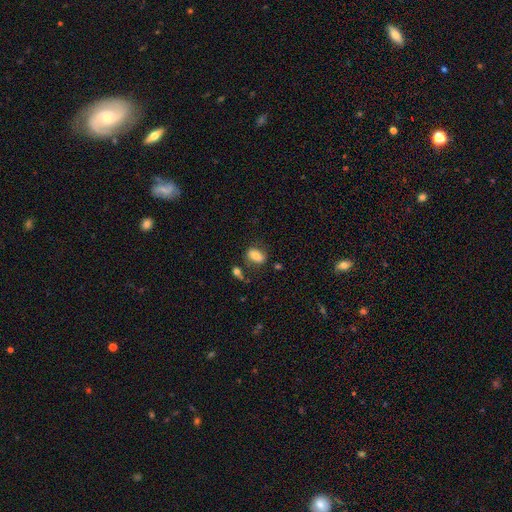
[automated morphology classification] smooth 76%, featured or disk 16%, star or artifact 9%. Down the decision tree: how rounded — in between (84%); merging — none (68%).